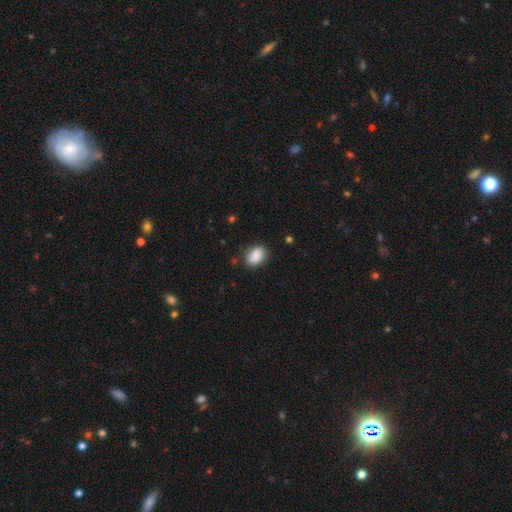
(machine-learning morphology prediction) smooth-or-featured: smooth: 87% | star or artifact: 7% | featured or disk: 6%
  how-rounded: in between: 76% | round: 23% | cigar-shaped: 1%
  merging: none: 81% | minor disturbance: 14% | major disturbance: 3% | merger: 1%